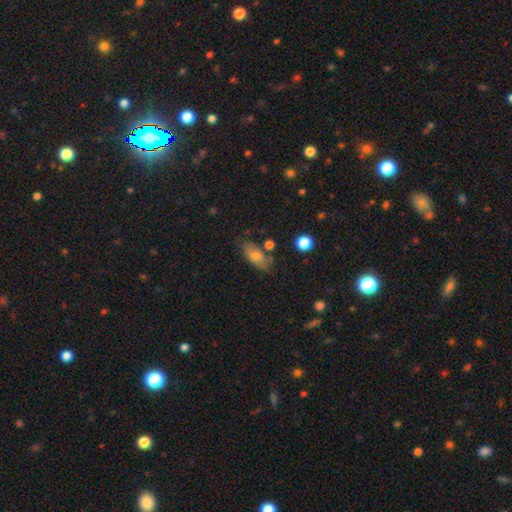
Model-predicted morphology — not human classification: This is likely a smooth galaxy (69%). How rounded: clearly in between (87%). Merging: possibly none (58%).